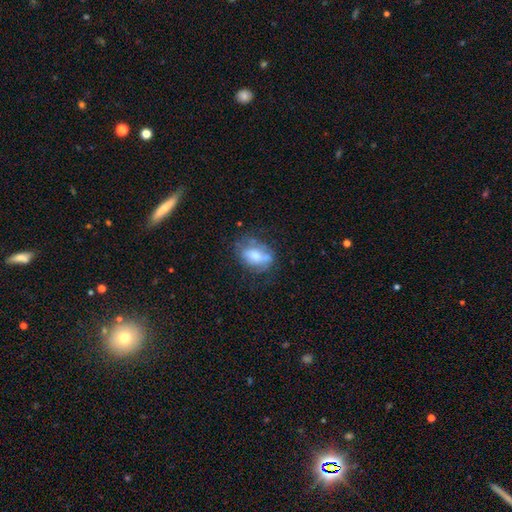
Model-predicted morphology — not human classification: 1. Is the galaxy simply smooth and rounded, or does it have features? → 57% smooth, 34% featured or disk, 9% star or artifact.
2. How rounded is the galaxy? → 81% in between, 16% round, 3% cigar-shaped.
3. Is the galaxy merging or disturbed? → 47% none, 29% minor disturbance, 18% major disturbance, 5% merger.